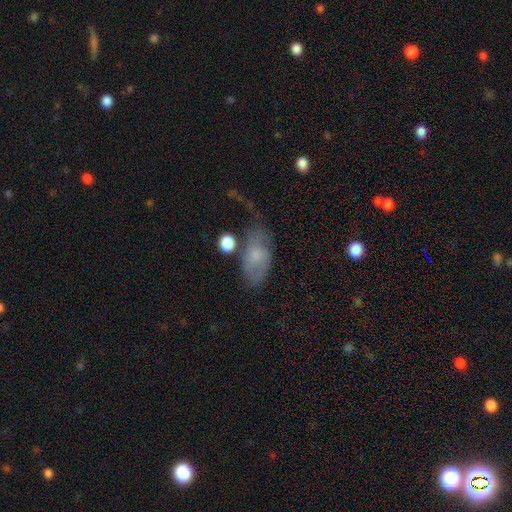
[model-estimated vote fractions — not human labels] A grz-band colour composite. It shows a smooth galaxy with no disk features (59%) that is in between round and cigar-shaped (89%). Merging: none (44%).